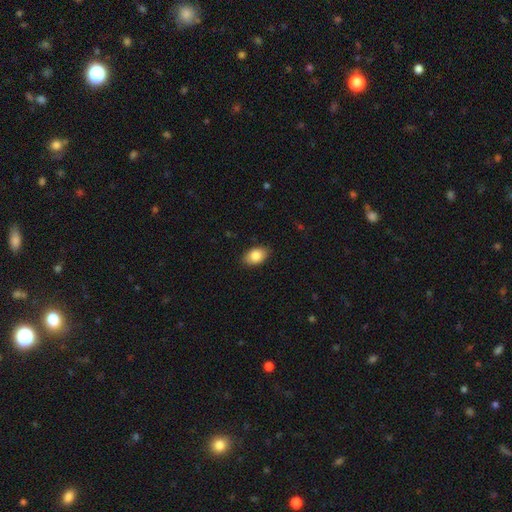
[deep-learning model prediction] smooth_or_featured: smooth (p=0.87) [alt: star or artifact p=0.07]
how_rounded: in between (p=0.88) [alt: round p=0.11]
merging: none (p=0.88) [alt: minor disturbance p=0.09]